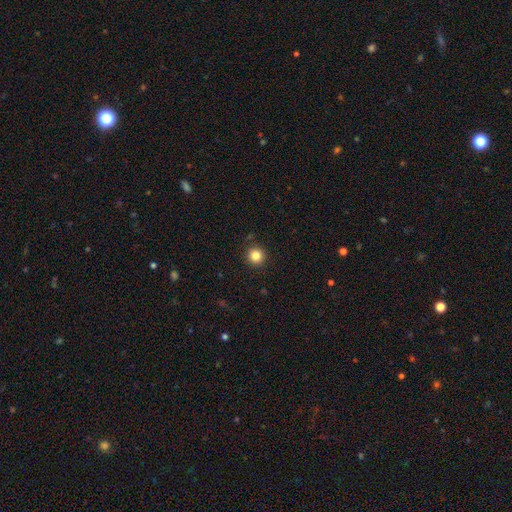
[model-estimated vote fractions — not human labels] Morphology: type=smooth (84%); roundness=round (94%); merging=none (92%).